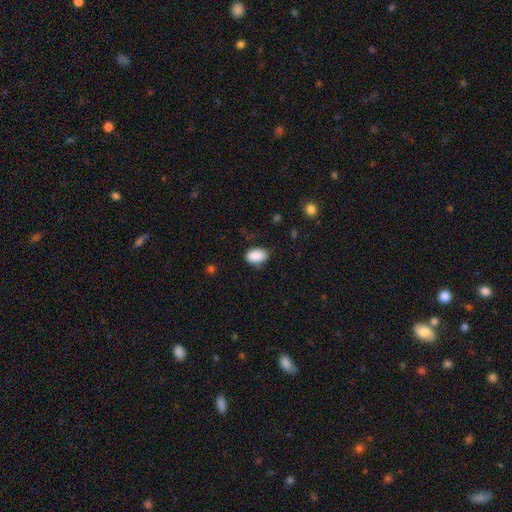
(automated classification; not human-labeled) smooth_or_featured: smooth (p=0.89) [alt: star or artifact p=0.07]
how_rounded: in between (p=0.89) [alt: round p=0.10]
merging: none (p=0.76) [alt: minor disturbance p=0.19]